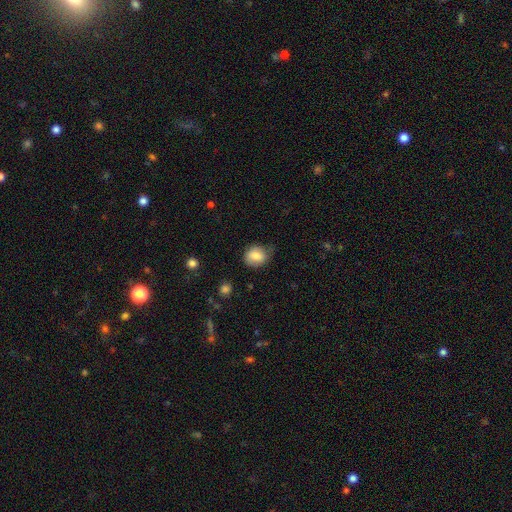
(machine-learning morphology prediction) A smooth galaxy with no disk features (80%) that is round (63%). Merging: none (69%).